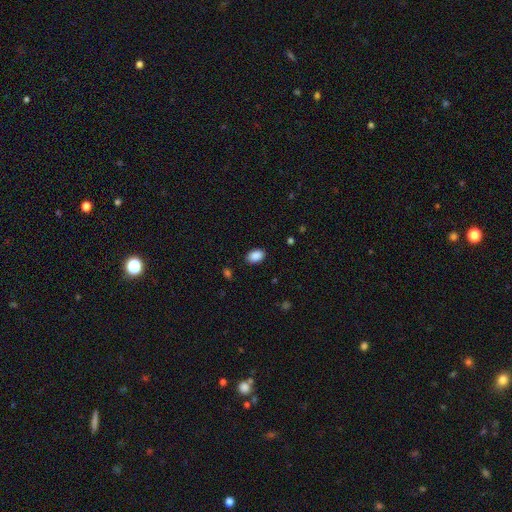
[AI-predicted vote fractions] A smooth galaxy with no disk features (89%) that is in between round and cigar-shaped (87%).

Vote fractions:
- Smooth or featured? smooth: 89% / star or artifact: 8% / featured or disk: 3%
- How rounded? in between: 87% / round: 12% / cigar-shaped: 1%
- Merging? none: 87% / minor disturbance: 9% / major disturbance: 2% / merger: 1%